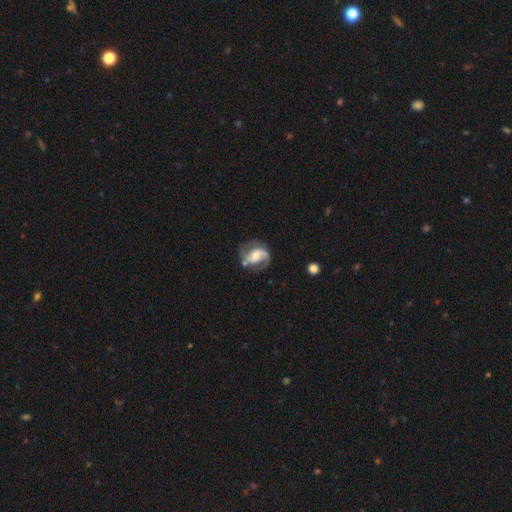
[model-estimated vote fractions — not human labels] Overall: featured or disk (84%). Edge-on disk: no (98%). Bar: weak (42%; no 32%). Spiral arms: yes (95%). Spiral arm count: 2 (86%). Spiral winding: medium (53%; loose 27%). Bulge size: moderate (57%; small 31%). Merging: none (69%).